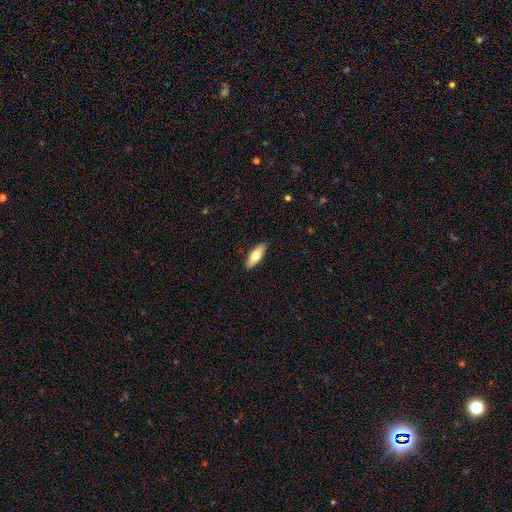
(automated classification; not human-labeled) This is likely a smooth galaxy (71%). How rounded: likely in between (67%). Merging: clearly none (88%).